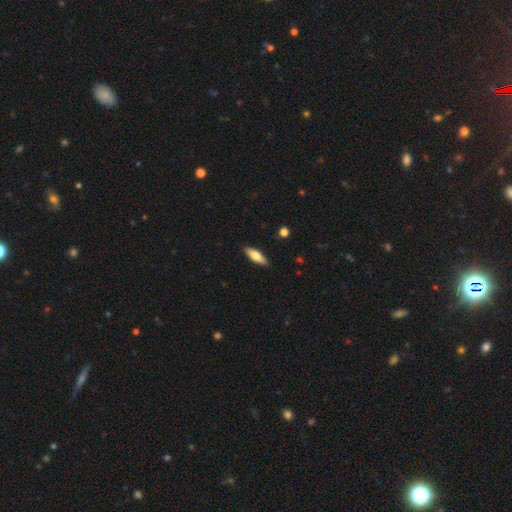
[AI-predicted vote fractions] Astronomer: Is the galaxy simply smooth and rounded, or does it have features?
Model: smooth — 70%.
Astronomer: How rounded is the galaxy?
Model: in between — 52% (runner-up: cigar-shaped, 46%).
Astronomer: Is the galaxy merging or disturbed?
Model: none — 88%.